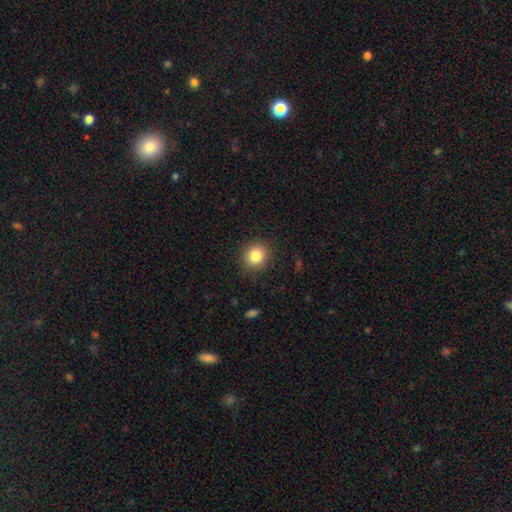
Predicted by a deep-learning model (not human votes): The model was most divided on "smooth or featured": smooth: 83%, star or artifact: 11%, featured or disk: 6%. More confident: merging — none (88%); how rounded — round (87%).